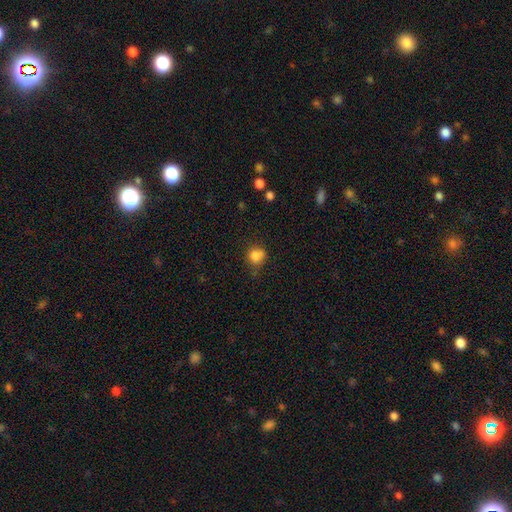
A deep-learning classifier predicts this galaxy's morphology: Q: Smooth or featured?
A: smooth (80%); runner-up: star or artifact (12%)
Q: How rounded?
A: round (79%); runner-up: in between (20%)
Q: Merging?
A: none (55%); runner-up: minor disturbance (23%)